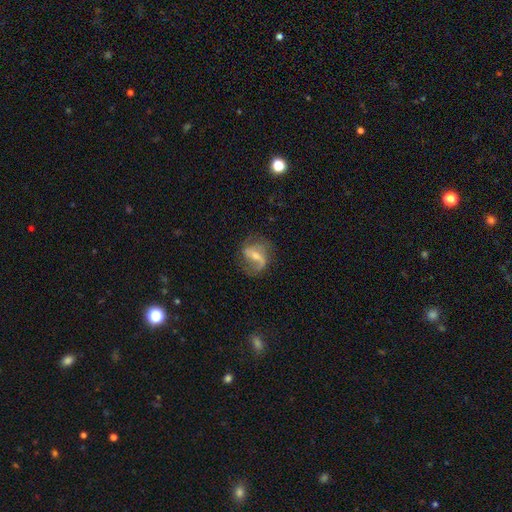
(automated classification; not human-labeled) A featured or disk galaxy (73%) with a weak bar (43%), 2 (69%) loose (47%) spiral arms (86%) and a moderate central bulge (46%).

Vote fractions:
- Smooth or featured? featured or disk: 73% / smooth: 19% / star or artifact: 7%
- Edge-on disk? no: 96% / yes: 4%
- Bar? weak: 43% / strong: 39% / no: 19%
- Spiral arms? yes: 86% / no: 14%
- Spiral winding? loose: 47% / medium: 39% / tight: 14%
- Spiral arm count? 2: 69% / 1: 17% / can't tell: 9% / 3: 3% / 4: 1% / more than 4: 1%
- Bulge size? moderate: 46% / small: 44% / none: 5% / large: 4% / dominant: 1%
- Merging? none: 60% / minor disturbance: 21% / major disturbance: 17% / merger: 2%